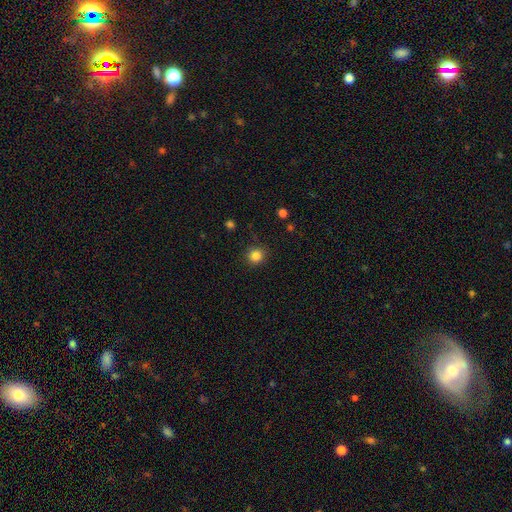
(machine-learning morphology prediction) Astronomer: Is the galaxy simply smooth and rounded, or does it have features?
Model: smooth — 84%.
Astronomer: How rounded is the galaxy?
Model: round — 90%.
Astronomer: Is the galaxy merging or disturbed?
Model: none — 89%.